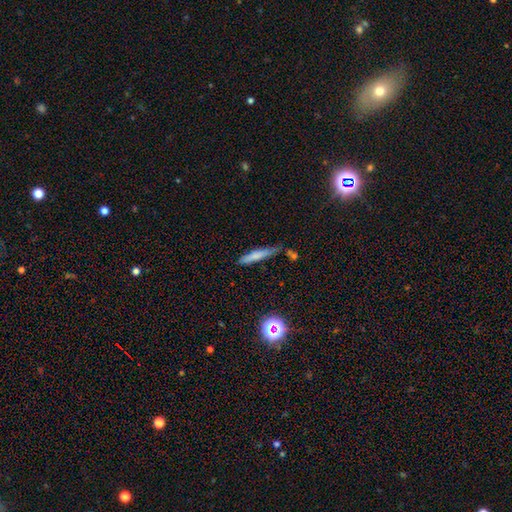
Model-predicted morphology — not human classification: Smooth or featured? smooth (72%)
How rounded? cigar-shaped (88%)
Merging? none (62%)